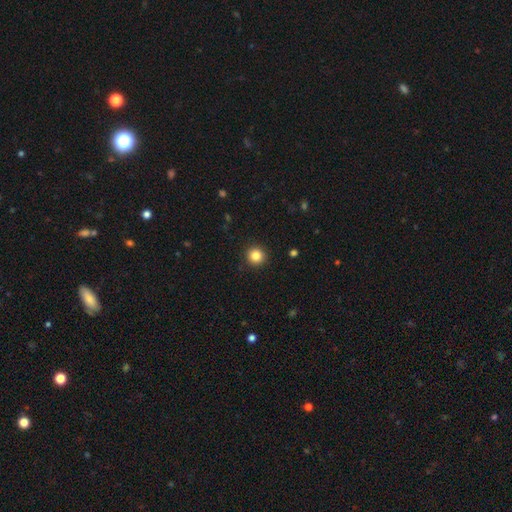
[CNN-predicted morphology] smooth 84%, star or artifact 11%, featured or disk 5%. Down the decision tree: how rounded — round (95%); merging — none (92%).